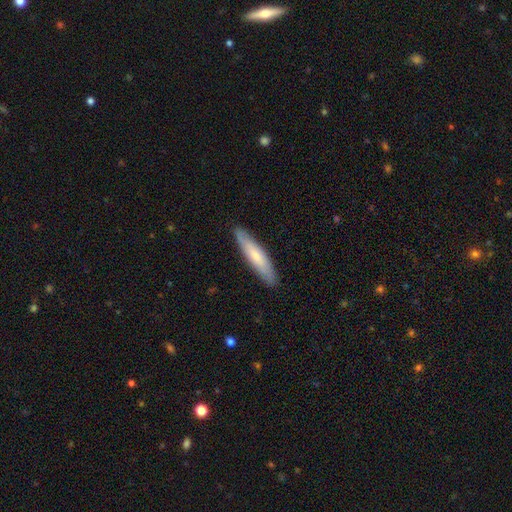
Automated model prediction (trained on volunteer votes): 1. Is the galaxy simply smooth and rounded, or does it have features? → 62% smooth, 32% featured or disk, 5% star or artifact.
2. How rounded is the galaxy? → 83% cigar-shaped, 16% in between, 1% round.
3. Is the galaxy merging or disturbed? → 88% none, 10% minor disturbance, 2% major disturbance, 1% merger.